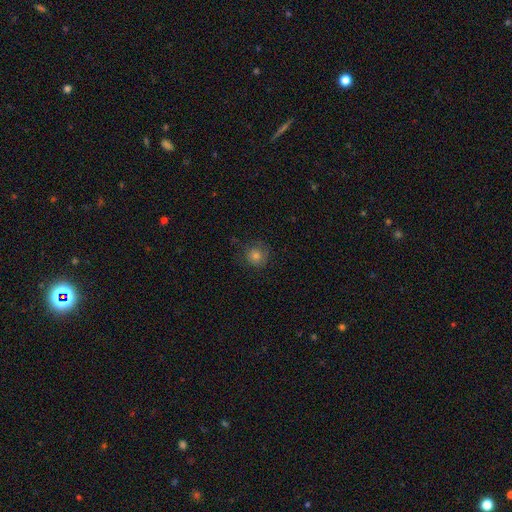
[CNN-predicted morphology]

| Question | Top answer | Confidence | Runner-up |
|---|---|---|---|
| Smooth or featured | smooth | 74% | star or artifact (13%) |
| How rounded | round | 92% | in between (7%) |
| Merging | none | 78% | minor disturbance (16%) |